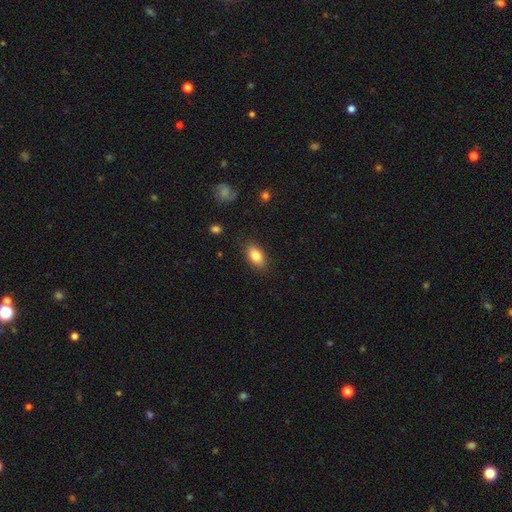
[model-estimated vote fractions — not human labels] Smooth or featured? Predicted: smooth (p=0.83). How rounded? Predicted: in between (p=0.90). Merging? Predicted: none (p=0.86).